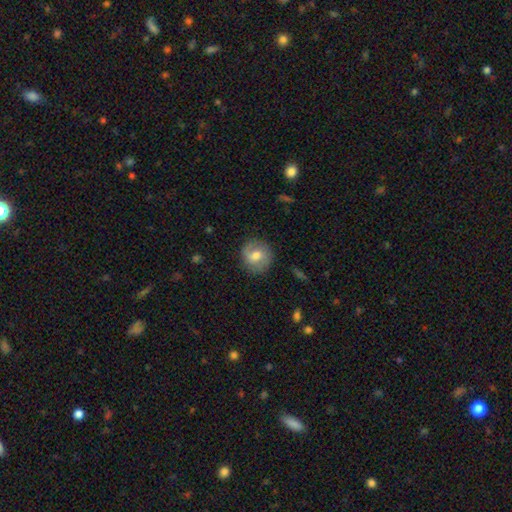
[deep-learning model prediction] Morphology: type=smooth (59%); roundness=round (85%); merging=none (80%).